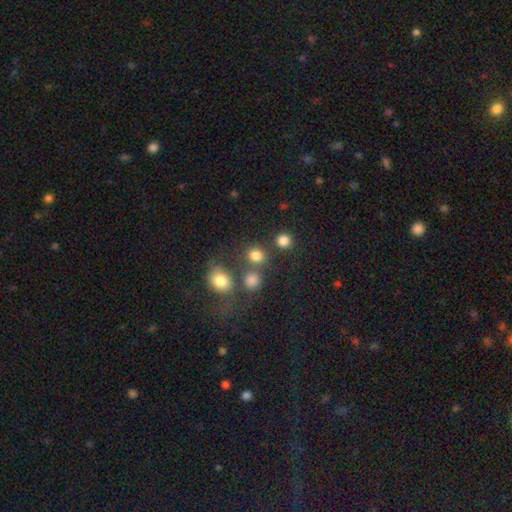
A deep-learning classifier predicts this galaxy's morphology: This appears to be a smooth galaxy with no disk features (80%) that is round (81%). Merging: none (66%).